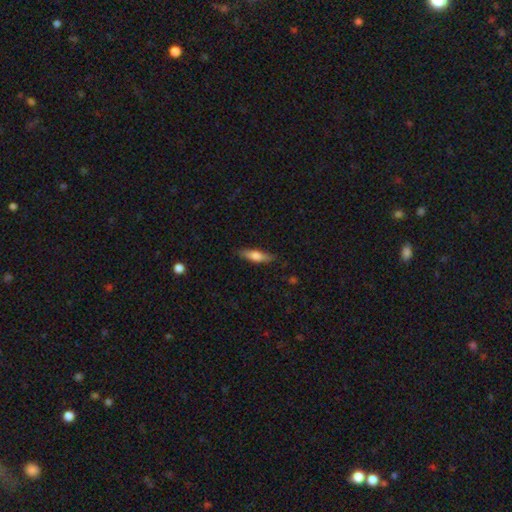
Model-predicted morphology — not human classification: Q: Smooth or featured?
A: smooth (65%); runner-up: featured or disk (29%)
Q: How rounded?
A: cigar-shaped (68%); runner-up: in between (30%)
Q: Merging?
A: none (84%); runner-up: minor disturbance (12%)